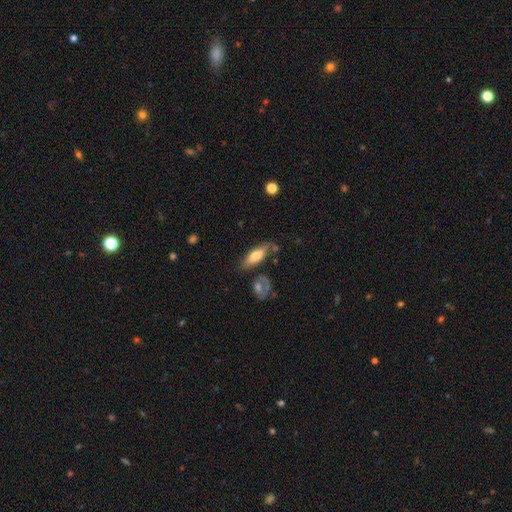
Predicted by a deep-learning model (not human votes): Smooth or featured? Predicted: smooth (p=0.66). How rounded? Predicted: in between (p=0.67). Merging? Predicted: none (p=0.59).